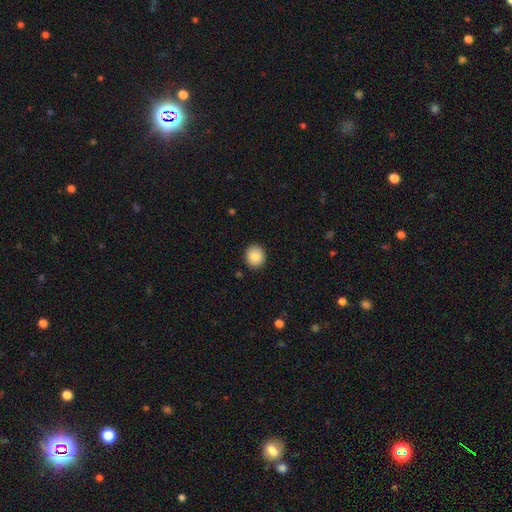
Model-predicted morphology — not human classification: A smooth galaxy with no disk features (88%) that is round (83%).

Vote fractions:
- Smooth or featured? smooth: 88% / star or artifact: 8% / featured or disk: 4%
- How rounded? round: 83% / in between: 16% / cigar-shaped: 1%
- Merging? none: 91% / minor disturbance: 7% / major disturbance: 2% / merger: 1%